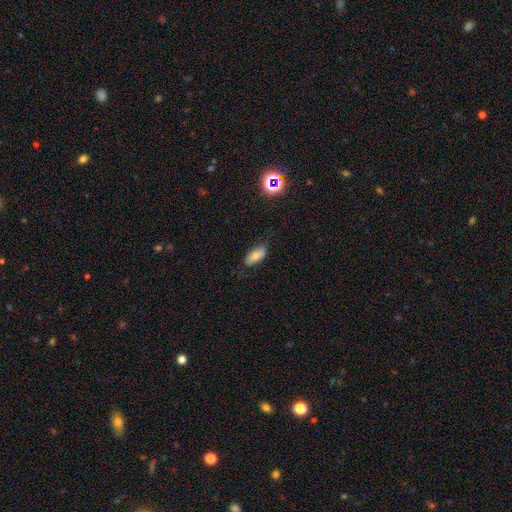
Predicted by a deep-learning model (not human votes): smooth_or_featured: smooth (p=0.75) [alt: featured or disk p=0.15]
how_rounded: in between (p=0.87) [alt: cigar-shaped p=0.10]
merging: none (p=0.75) [alt: minor disturbance p=0.19]